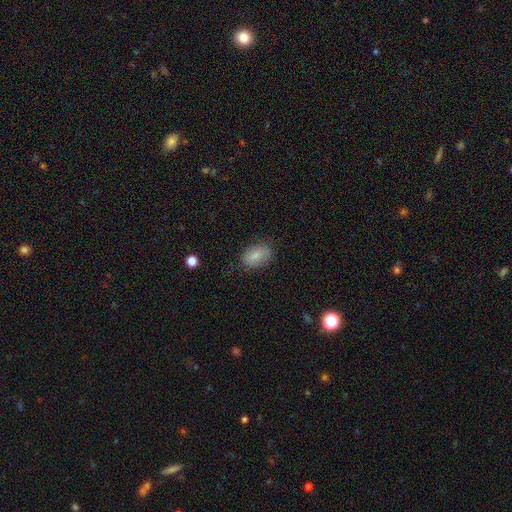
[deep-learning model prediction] smooth_or_featured: smooth (p=0.84) [alt: featured or disk p=0.09]
how_rounded: in between (p=0.89) [alt: round p=0.09]
merging: none (p=0.81) [alt: minor disturbance p=0.15]